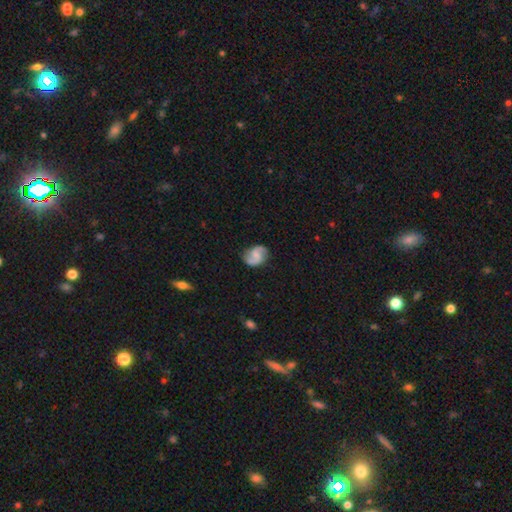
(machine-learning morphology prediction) This is likely a featured or disk galaxy (75%). It is clearly not viewed edge-on (98%). Bar: possibly weak (46%). Spiral arm pattern: clearly yes (95%). Spiral arm count: clearly 2 (92%). Spiral winding: marginally loose (43%, tied with medium). Central bulge: marginally none (41%). Merging: likely none (80%).